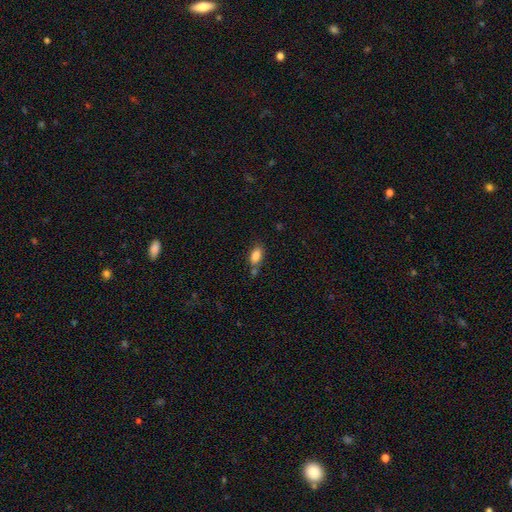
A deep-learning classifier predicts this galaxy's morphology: Overall: smooth (84%). How rounded: in between (87%). Merging: none (56%; merger 19%).